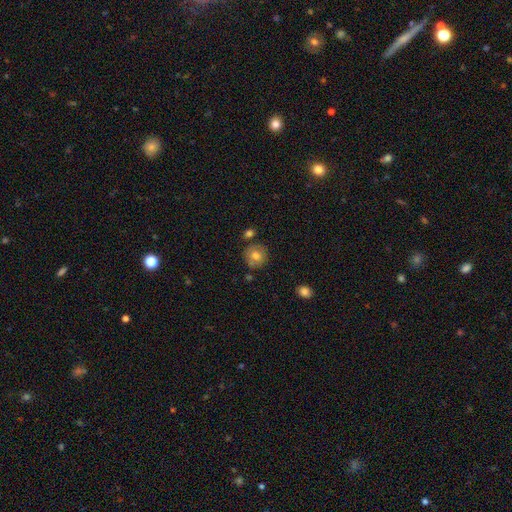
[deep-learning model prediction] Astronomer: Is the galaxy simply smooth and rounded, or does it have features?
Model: smooth — 72%.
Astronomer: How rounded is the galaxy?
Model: round — 90%.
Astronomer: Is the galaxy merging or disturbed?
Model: none — 77%.